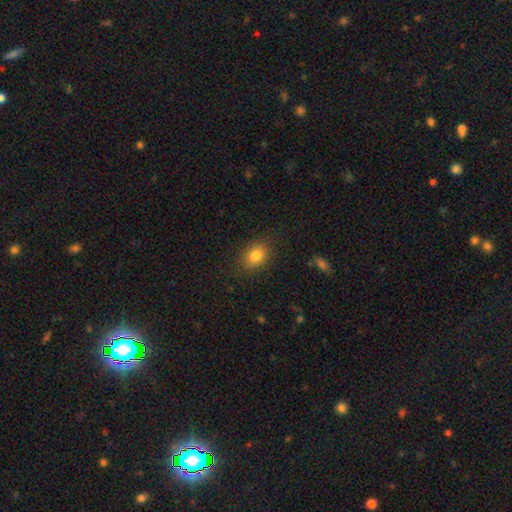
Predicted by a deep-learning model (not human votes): Smooth or featured?
  - smooth: 83% *
  - star or artifact: 10%
  - featured or disk: 8%
How rounded?
  - in between: 70% *
  - round: 29%
  - cigar-shaped: 1%
Merging?
  - none: 84% *
  - minor disturbance: 12%
  - major disturbance: 4%
  - merger: 1%